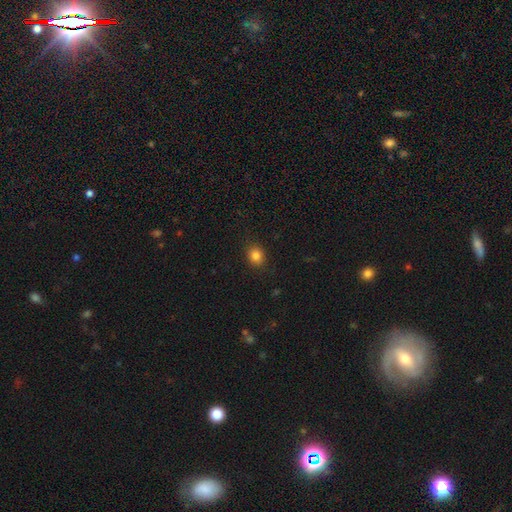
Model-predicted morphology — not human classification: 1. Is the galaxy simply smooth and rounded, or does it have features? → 84% smooth, 12% star or artifact, 5% featured or disk.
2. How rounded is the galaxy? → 64% round, 35% in between, 1% cigar-shaped.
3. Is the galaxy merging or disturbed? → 88% none, 8% minor disturbance, 2% major disturbance, 1% merger.